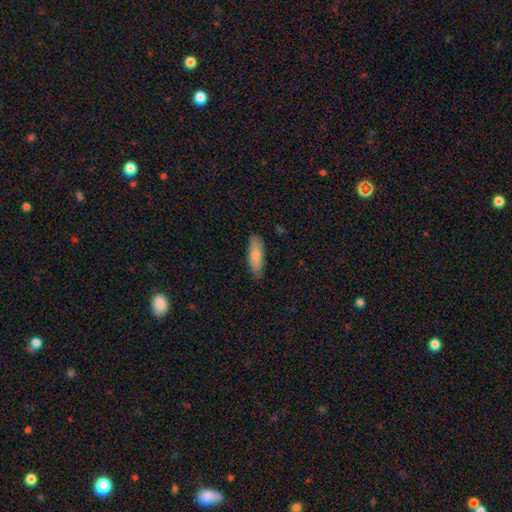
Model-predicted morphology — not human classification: smooth_or_featured: smooth (p=0.80) [alt: featured or disk p=0.15]
how_rounded: in between (p=0.58) [alt: cigar-shaped p=0.40]
merging: none (p=0.82) [alt: minor disturbance p=0.15]